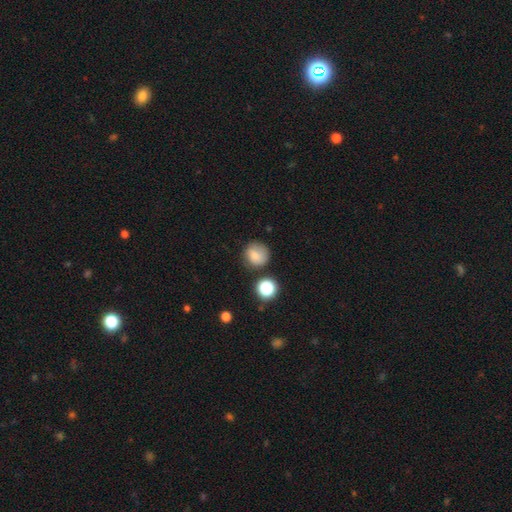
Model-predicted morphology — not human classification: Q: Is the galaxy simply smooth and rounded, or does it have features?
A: smooth — 77%.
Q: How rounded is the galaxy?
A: round — 88%.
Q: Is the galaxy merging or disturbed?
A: none — 71%.